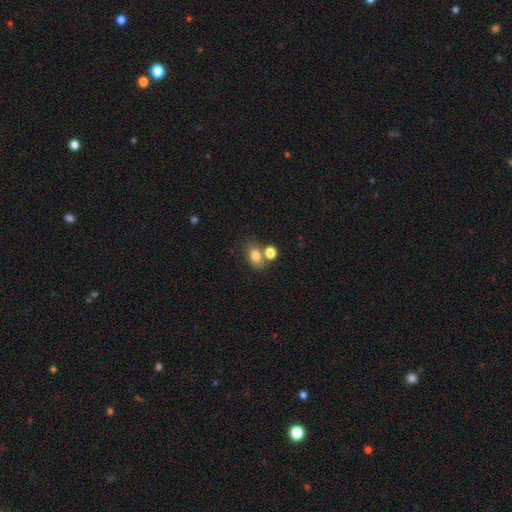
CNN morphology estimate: smooth-or-featured: smooth: 79% | star or artifact: 11% | featured or disk: 10%
  how-rounded: in between: 68% | round: 31% | cigar-shaped: 2%
  merging: none: 56% | merger: 28% | minor disturbance: 12% | major disturbance: 4%